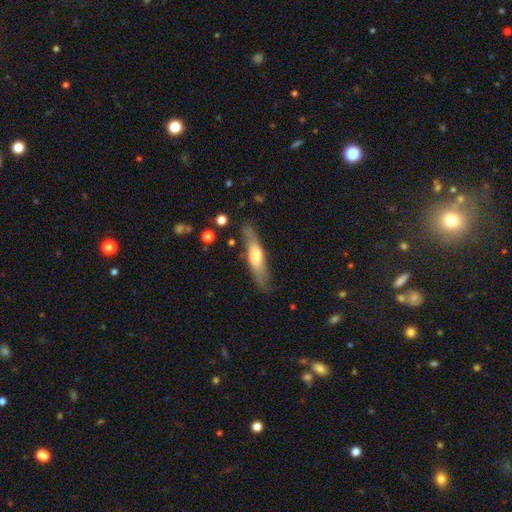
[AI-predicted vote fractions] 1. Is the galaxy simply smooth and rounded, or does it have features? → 48% smooth, 46% featured or disk, 6% star or artifact.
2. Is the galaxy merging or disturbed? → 77% none, 16% minor disturbance, 4% major disturbance, 2% merger.